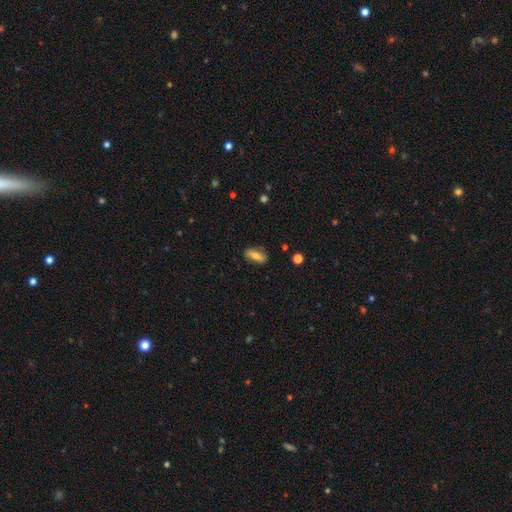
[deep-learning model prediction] A smooth galaxy with no disk features (55%) that is in between round and cigar-shaped (69%). Merging: none (81%).